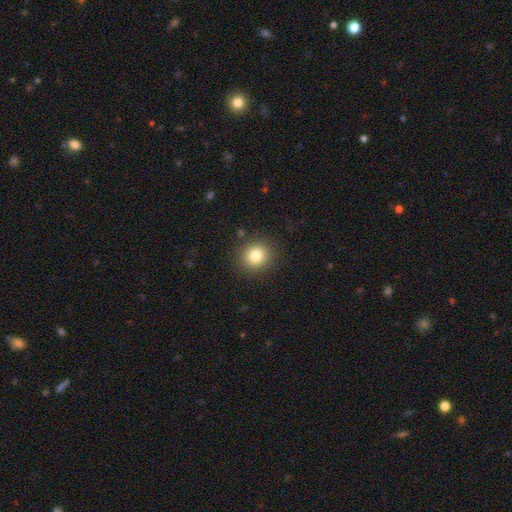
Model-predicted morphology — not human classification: type=smooth (82%); roundness=round (89%); merging=none (89%).